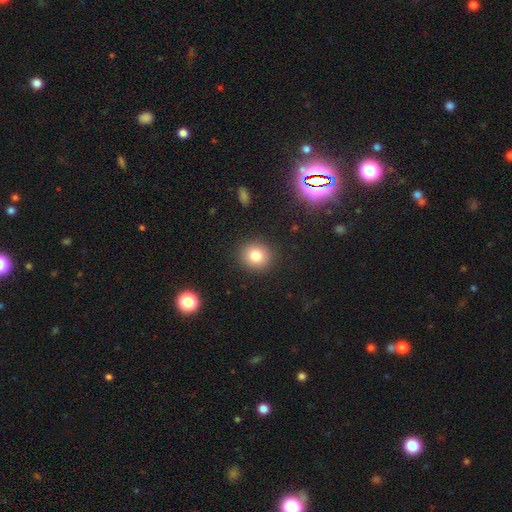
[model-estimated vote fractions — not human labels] The model was most divided on "how rounded": round: 83%, in between: 16%, cigar-shaped: 1%. More confident: merging — none (90%); smooth or featured — smooth (81%).